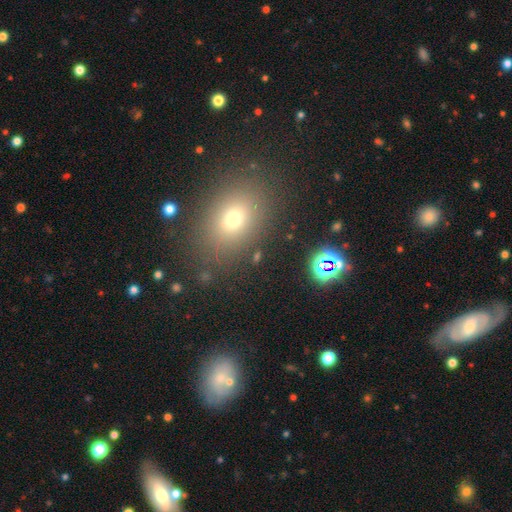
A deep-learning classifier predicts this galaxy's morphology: This is likely a smooth galaxy (62%). How rounded: likely in between (62%). Merging: clearly none (84%).